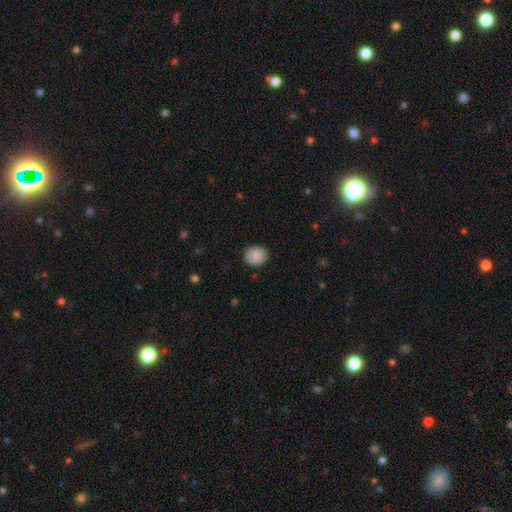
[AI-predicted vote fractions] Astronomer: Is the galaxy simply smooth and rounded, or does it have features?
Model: smooth — 88%.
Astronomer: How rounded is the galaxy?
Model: round — 71%.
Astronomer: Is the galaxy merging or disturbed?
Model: none — 87%.